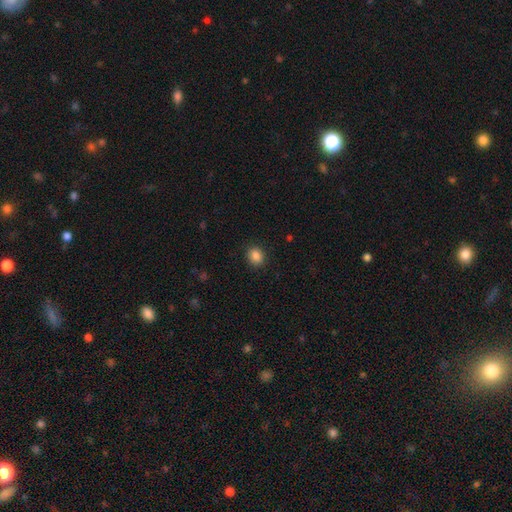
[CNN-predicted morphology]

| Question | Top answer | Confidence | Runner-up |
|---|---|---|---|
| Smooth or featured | smooth | 86% | star or artifact (10%) |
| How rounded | round | 64% | in between (36%) |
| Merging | none | 90% | minor disturbance (7%) |